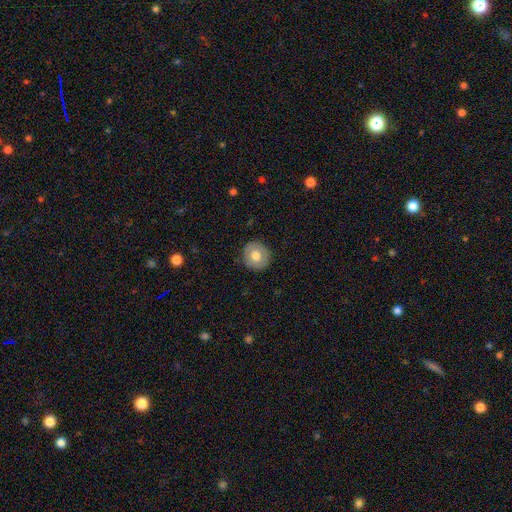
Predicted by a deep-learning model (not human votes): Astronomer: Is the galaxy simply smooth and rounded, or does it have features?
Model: smooth — 70%.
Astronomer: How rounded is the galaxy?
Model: round — 90%.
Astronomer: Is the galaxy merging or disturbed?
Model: none — 88%.